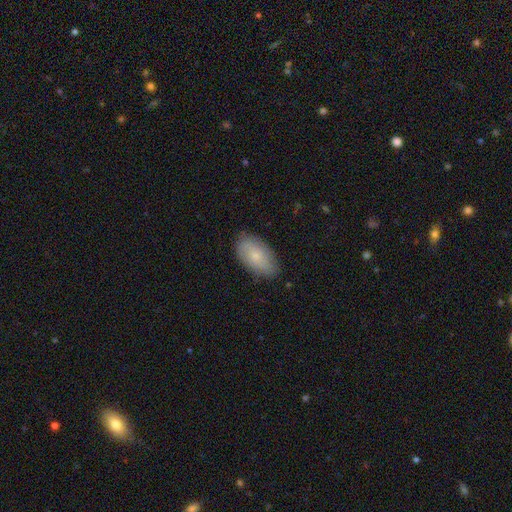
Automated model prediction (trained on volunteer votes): Smooth or featured: smooth — 73% (featured or disk — 21%)
How rounded: in between — 94% (round — 4%)
Merging: none — 82% (minor disturbance — 14%)